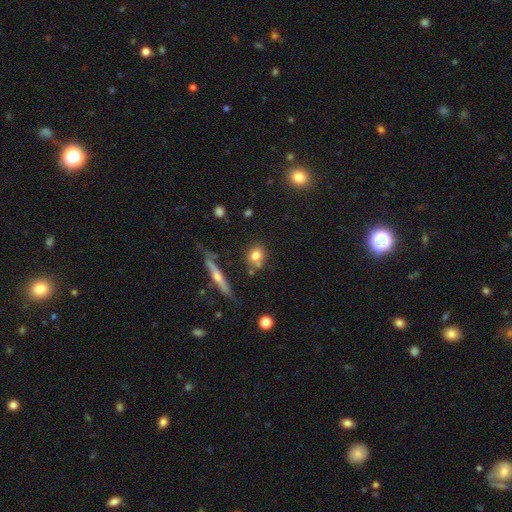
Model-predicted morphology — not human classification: A smooth galaxy with no disk features (74%) that is round (57%).

Vote fractions:
- Smooth or featured? smooth: 74% / featured or disk: 15% / star or artifact: 11%
- How rounded? round: 57% / in between: 37% / cigar-shaped: 6%
- Merging? none: 64% / minor disturbance: 16% / merger: 15% / major disturbance: 5%